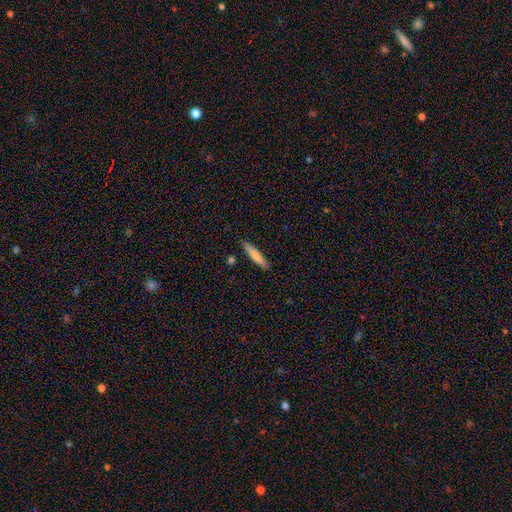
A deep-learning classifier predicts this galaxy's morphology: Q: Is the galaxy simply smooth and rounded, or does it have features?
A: smooth — 74%.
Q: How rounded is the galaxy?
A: cigar-shaped — 90%.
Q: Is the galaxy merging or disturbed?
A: none — 88%.